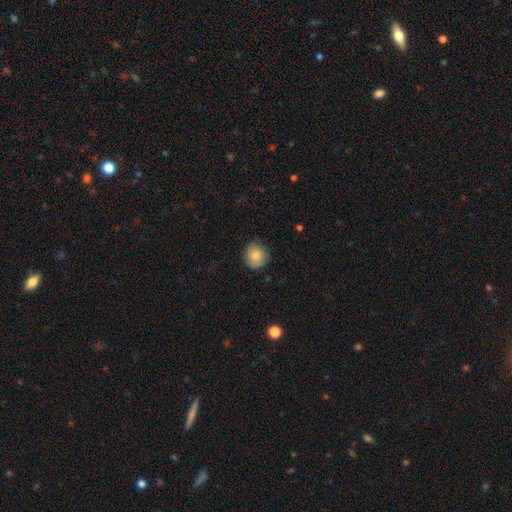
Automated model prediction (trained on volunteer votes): Overall: smooth (83%). How rounded: round (87%). Merging: none (78%).